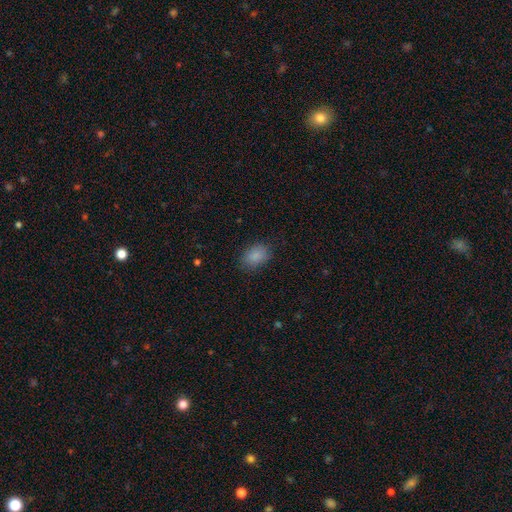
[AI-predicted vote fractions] This appears to be a smooth galaxy with no disk features (86%) that is in between round and cigar-shaped (80%). Merging: none (81%).